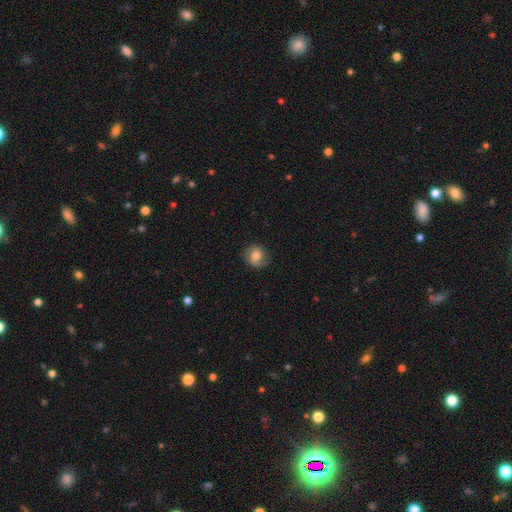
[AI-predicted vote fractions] This is likely a smooth galaxy (62%). How rounded: likely round (79%). Merging: likely none (75%).